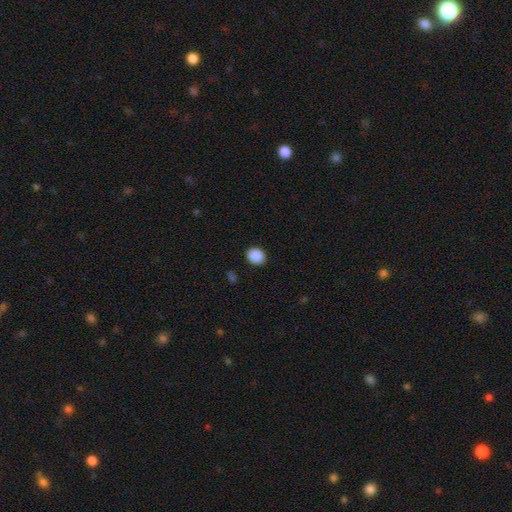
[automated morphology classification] type=smooth (90%); roundness=round (53%); merging=none (89%).